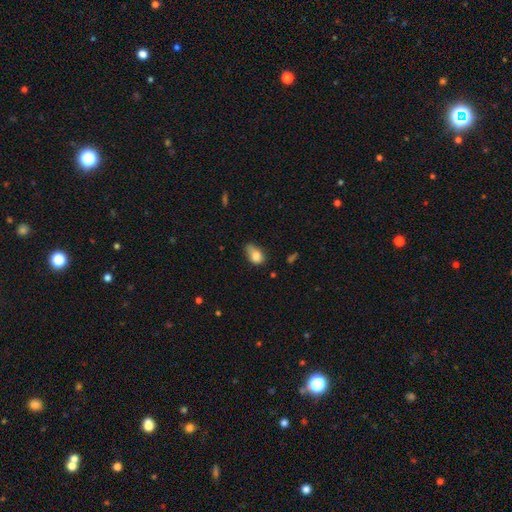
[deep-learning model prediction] smooth 81%, featured or disk 11%, star or artifact 9%. Down the decision tree: how rounded — in between (80%); merging — minor disturbance (46%).